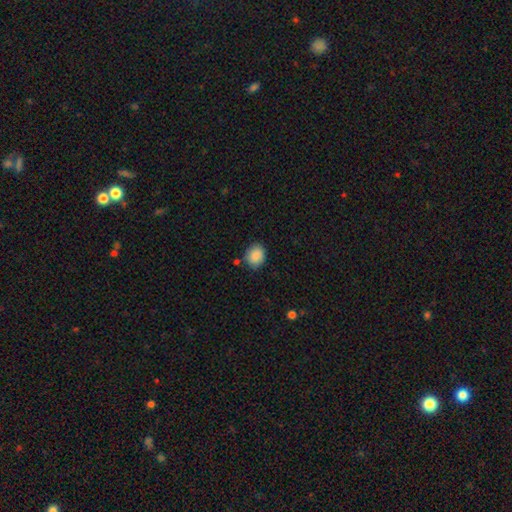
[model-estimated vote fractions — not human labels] Q: Smooth or featured?
A: smooth (88%); runner-up: star or artifact (8%)
Q: How rounded?
A: round (57%); runner-up: in between (43%)
Q: Merging?
A: none (81%); runner-up: minor disturbance (13%)